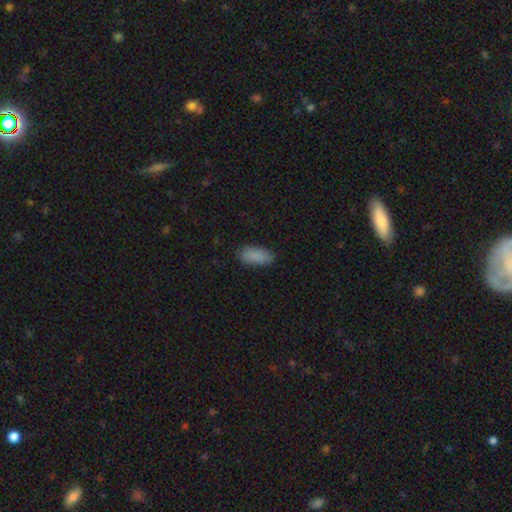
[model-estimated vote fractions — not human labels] smooth-or-featured: smooth: 89% | star or artifact: 7% | featured or disk: 5%
  how-rounded: in between: 87% | cigar-shaped: 11% | round: 2%
  merging: none: 83% | minor disturbance: 13% | major disturbance: 3% | merger: 1%